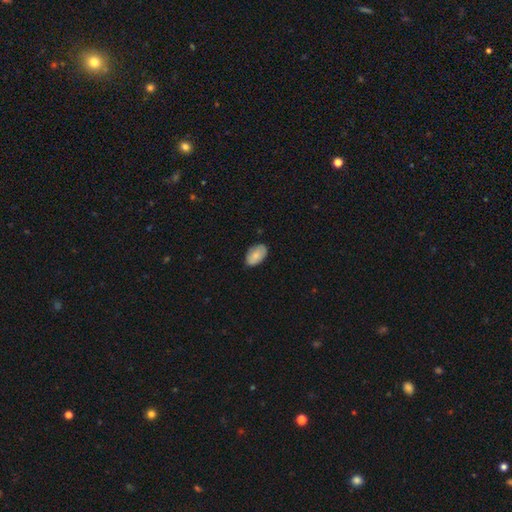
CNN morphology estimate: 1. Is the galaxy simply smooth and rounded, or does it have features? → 81% smooth, 13% featured or disk, 6% star or artifact.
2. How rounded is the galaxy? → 93% in between, 5% round, 1% cigar-shaped.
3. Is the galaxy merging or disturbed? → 82% none, 15% minor disturbance, 2% major disturbance, 1% merger.